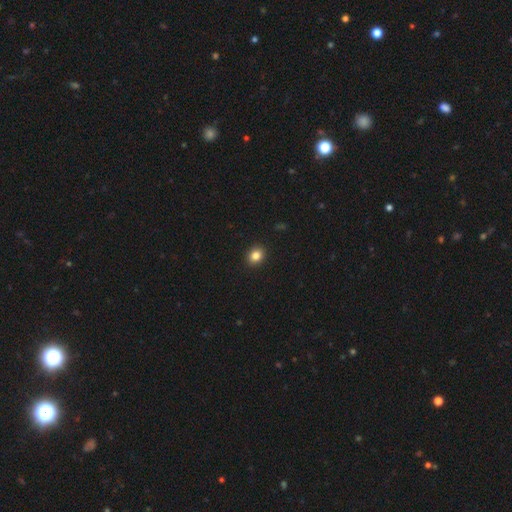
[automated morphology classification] type=smooth (84%); roundness=round (64%); merging=none (92%).